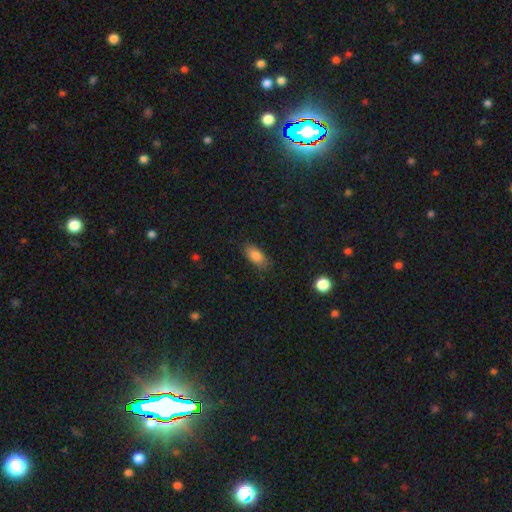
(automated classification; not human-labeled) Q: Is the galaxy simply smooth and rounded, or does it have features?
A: smooth — 83%.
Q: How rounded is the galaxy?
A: in between — 89%.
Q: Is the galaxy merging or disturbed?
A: none — 77%.